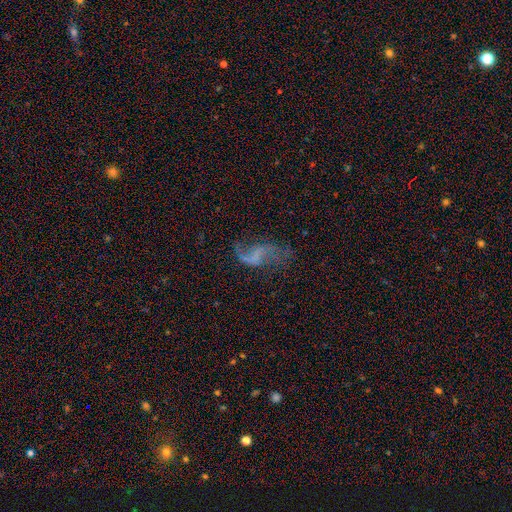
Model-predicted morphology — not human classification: A featured or disk galaxy (69%) with no bar (50%), 2 (78%) loose (87%) spiral arms (79%) and no central bulge (71%).

Vote fractions:
- Smooth or featured? featured or disk: 69% / smooth: 18% / star or artifact: 13%
- Edge-on disk? no: 97% / yes: 3%
- Bar? no: 50% / weak: 36% / strong: 15%
- Spiral arms? yes: 79% / no: 21%
- Spiral winding? loose: 87% / medium: 11% / tight: 3%
- Spiral arm count? 2: 78% / 1: 13% / can't tell: 5% / 3: 1% / 4: 1% / more than 4: 1%
- Bulge size? none: 71% / small: 19% / moderate: 6% / large: 2% / dominant: 1%
- Merging? none: 49% / major disturbance: 28% / minor disturbance: 19% / merger: 4%